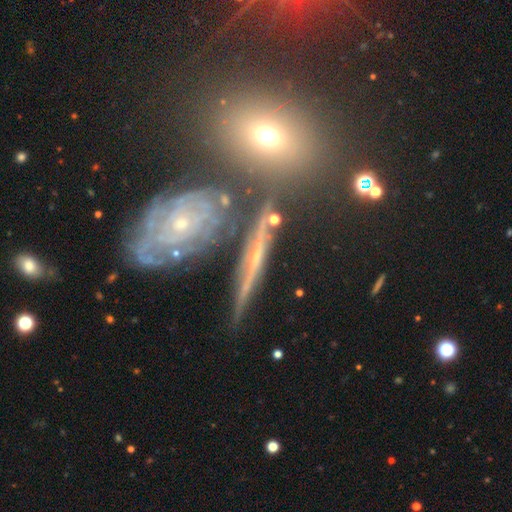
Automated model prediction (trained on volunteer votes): The model was most divided on "edge-on bulge": rounded: 49%, none: 45%, boxy: 6%. More confident: smooth or featured — featured or disk (73%); merging — none (72%); edge-on disk — yes (69%).